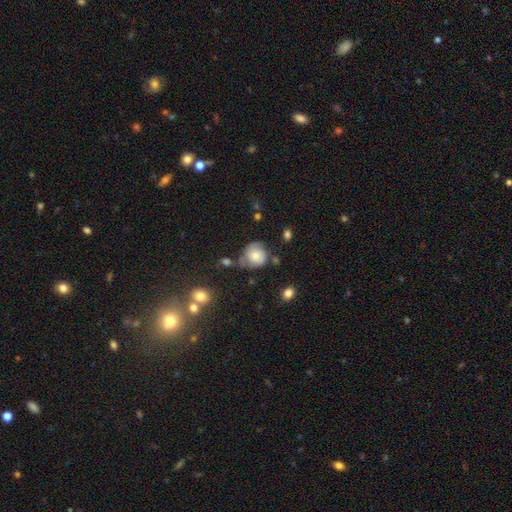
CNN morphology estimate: Q: Smooth or featured?
A: smooth (60%); runner-up: featured or disk (31%)
Q: How rounded?
A: round (78%); runner-up: in between (21%)
Q: Merging?
A: none (44%); runner-up: minor disturbance (31%)